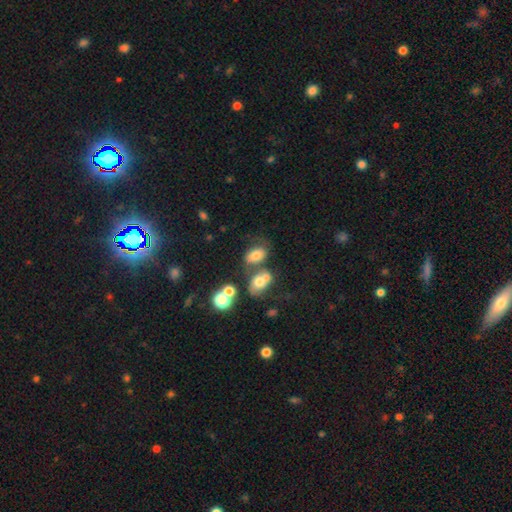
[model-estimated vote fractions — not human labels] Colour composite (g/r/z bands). It shows a smooth galaxy with no disk features (68%) that is in between round and cigar-shaped (79%). Merging: none (39%).